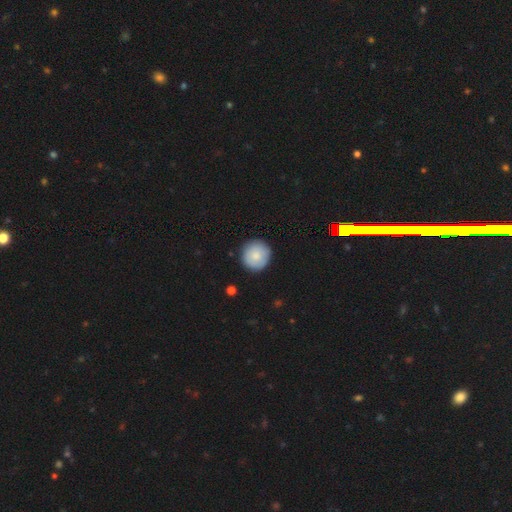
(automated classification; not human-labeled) Smooth or featured: smooth — 82% (featured or disk — 11%)
How rounded: round — 94% (in between — 5%)
Merging: none — 90% (minor disturbance — 7%)